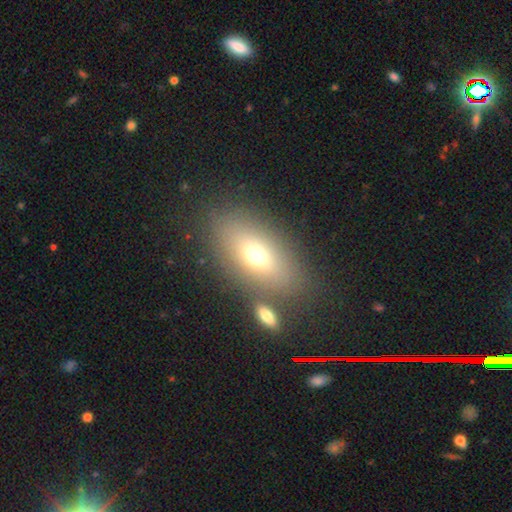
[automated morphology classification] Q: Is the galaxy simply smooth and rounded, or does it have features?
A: smooth — 67%.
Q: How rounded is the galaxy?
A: in between — 85%.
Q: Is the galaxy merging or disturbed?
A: none — 71%.